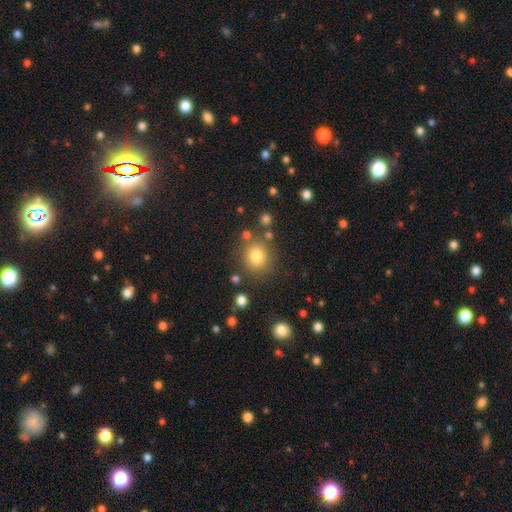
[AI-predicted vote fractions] This is likely a smooth galaxy (80%). How rounded: clearly round (81%). Merging: likely none (79%).